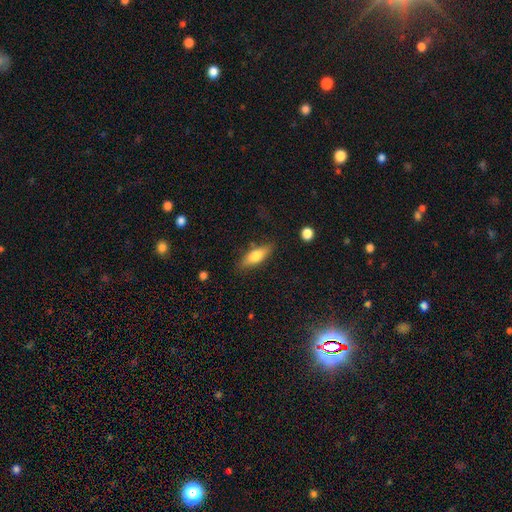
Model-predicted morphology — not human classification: Q: Smooth or featured?
A: smooth (69%); runner-up: featured or disk (24%)
Q: How rounded?
A: in between (61%); runner-up: cigar-shaped (36%)
Q: Merging?
A: none (79%); runner-up: minor disturbance (14%)